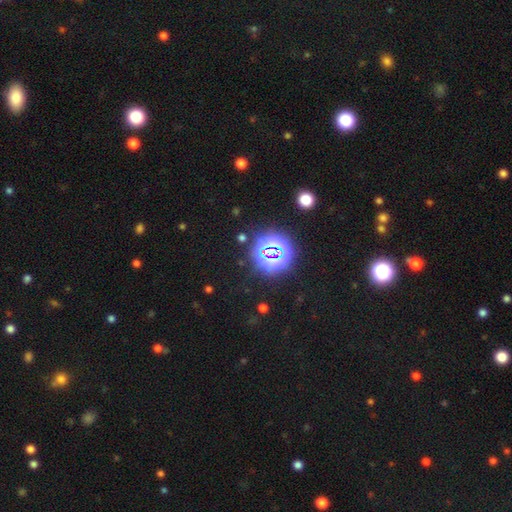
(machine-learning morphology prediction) Smooth or featured: star or artifact — 79% (smooth — 15%)